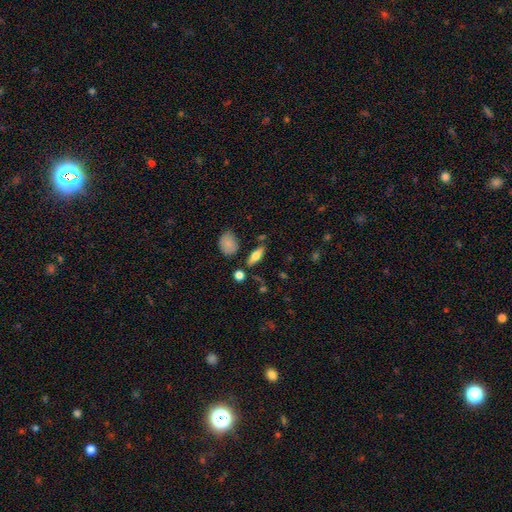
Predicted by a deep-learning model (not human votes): This appears to be a smooth galaxy with no disk features (61%) that is in between round and cigar-shaped (64%). Merging: none (77%).